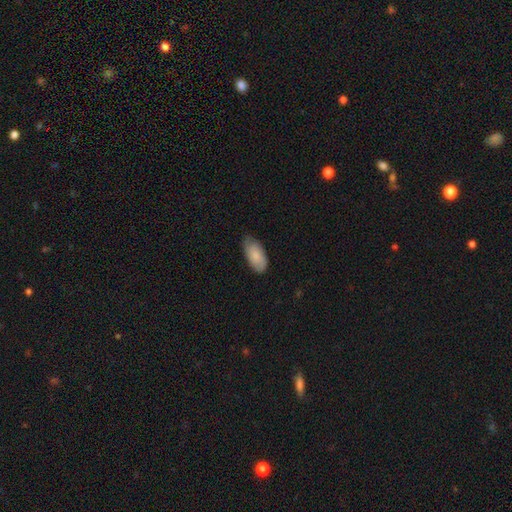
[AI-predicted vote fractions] A smooth galaxy with no disk features (82%) that is in between round and cigar-shaped (93%).

Vote fractions:
- Smooth or featured? smooth: 82% / featured or disk: 12% / star or artifact: 6%
- How rounded? in between: 93% / cigar-shaped: 5% / round: 2%
- Merging? none: 70% / minor disturbance: 25% / major disturbance: 4% / merger: 1%